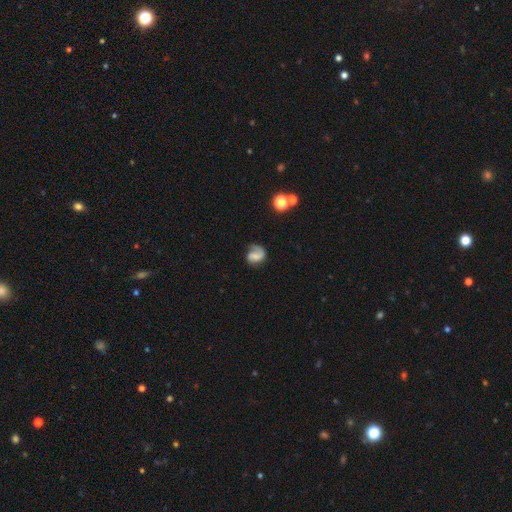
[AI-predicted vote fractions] smooth-or-featured: featured or disk: 57% | smooth: 34% | star or artifact: 10%
  disk-edge-on: no: 98% | yes: 2%
    bar: no: 47% | weak: 40% | strong: 13%
    has-spiral-arms: yes: 89% | no: 11%
    bulge-size: small: 37% | none: 35% | moderate: 21% | large: 5% | dominant: 2%
  merging: none: 53% | minor disturbance: 24% | major disturbance: 20% | merger: 3%